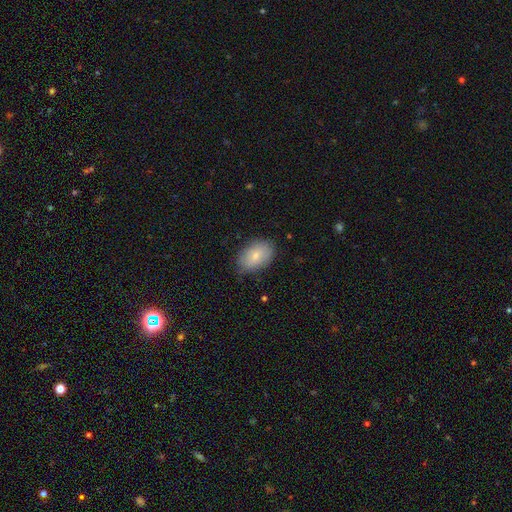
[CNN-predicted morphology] Smooth or featured? smooth (75%)
How rounded? in between (88%)
Merging? none (79%)